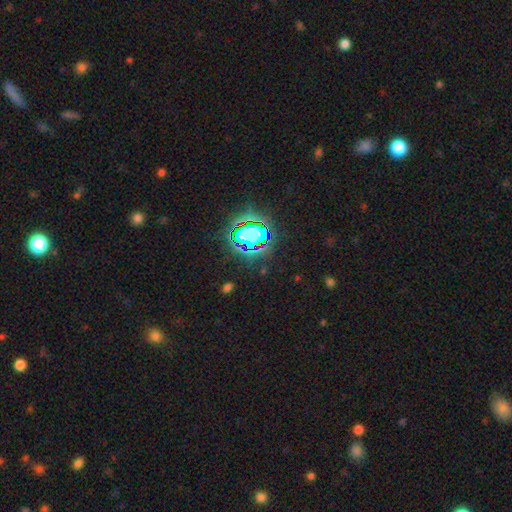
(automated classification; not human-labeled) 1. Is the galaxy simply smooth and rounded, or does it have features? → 81% star or artifact, 12% smooth, 7% featured or disk.